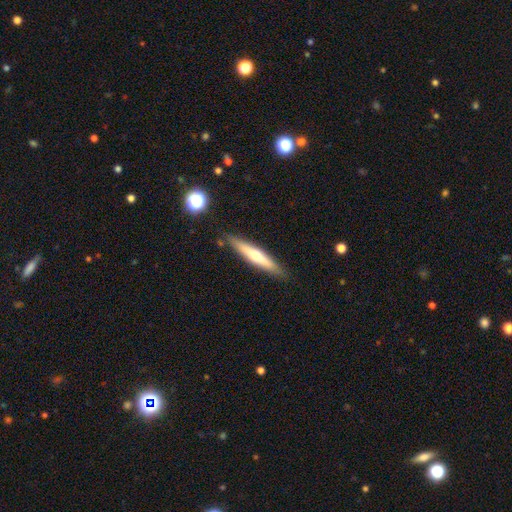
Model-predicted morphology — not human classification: This is possibly a smooth galaxy (48%). Merging: clearly none (87%).